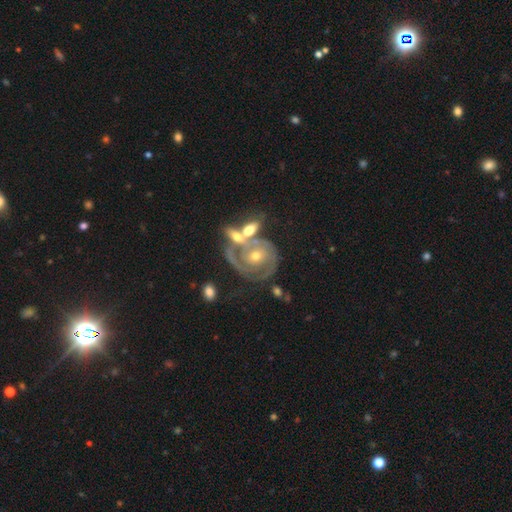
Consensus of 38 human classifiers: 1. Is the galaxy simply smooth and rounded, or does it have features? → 95% featured or disk, 5% smooth, 0% star or artifact.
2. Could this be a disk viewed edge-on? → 100% no, 0% yes.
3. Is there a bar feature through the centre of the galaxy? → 69% no, 25% weak, 6% strong.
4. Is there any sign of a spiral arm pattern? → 97% yes, 3% no.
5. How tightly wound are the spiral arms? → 74% tight, 26% medium, 0% loose.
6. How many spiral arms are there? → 63% 2, 14% 3, 9% 1, 9% can't tell, 6% 4, 0% more than 4.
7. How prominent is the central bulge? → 53% moderate, 47% small, 0% dominant, 0% large, 0% none.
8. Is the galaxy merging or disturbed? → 39% none, 34% merger, 16% minor disturbance, 11% major disturbance.